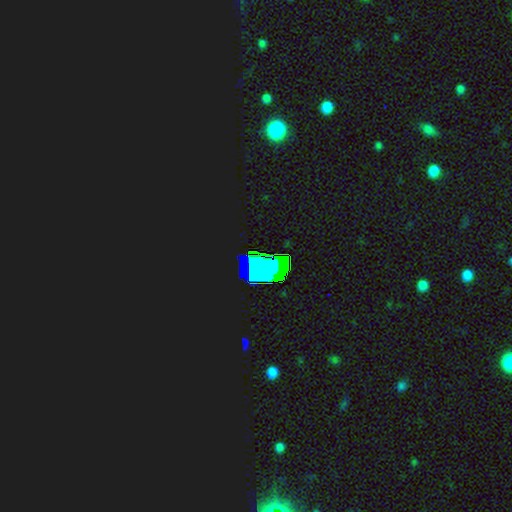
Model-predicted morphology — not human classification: star or artifact 60%, smooth 24%, featured or disk 17%.